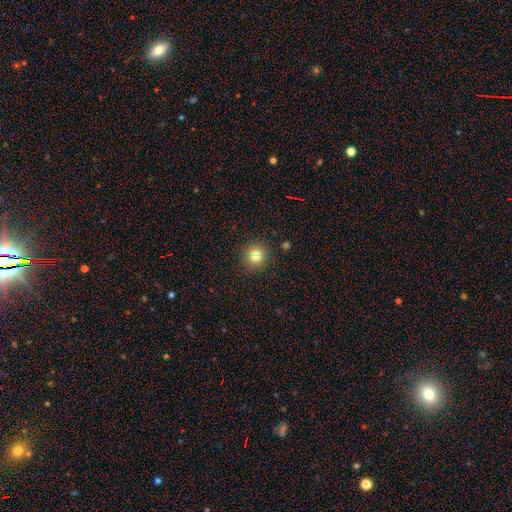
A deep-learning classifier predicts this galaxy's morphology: A smooth galaxy with no disk features (76%) that is round (89%). Merging: none (80%).